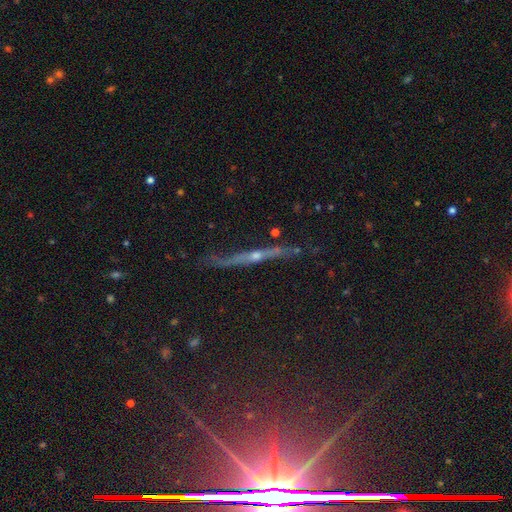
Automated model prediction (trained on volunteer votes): smooth-or-featured: featured or disk: 66% | star or artifact: 23% | smooth: 12%
  disk-edge-on: yes: 87% | no: 13%
    edge-on-bulge: rounded: 68% | none: 23% | boxy: 8%
  merging: none: 79% | minor disturbance: 13% | major disturbance: 5% | merger: 4%